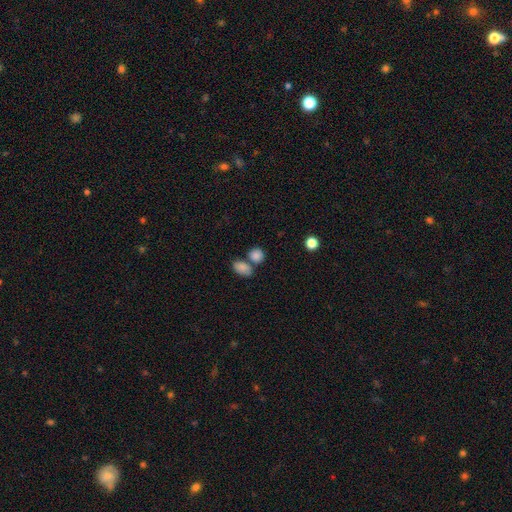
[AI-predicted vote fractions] Smooth or featured? smooth (86%)
How rounded? round (66%)
Merging? none (56%)